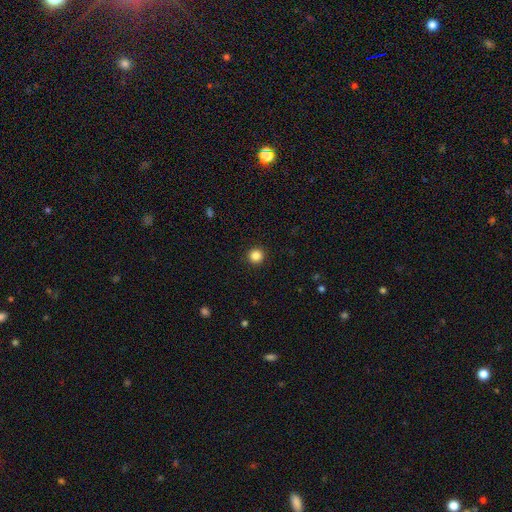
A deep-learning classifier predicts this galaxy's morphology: smooth_or_featured: smooth (p=0.85) [alt: star or artifact p=0.11]
how_rounded: round (p=0.96) [alt: in between p=0.04]
merging: none (p=0.93) [alt: minor disturbance p=0.04]